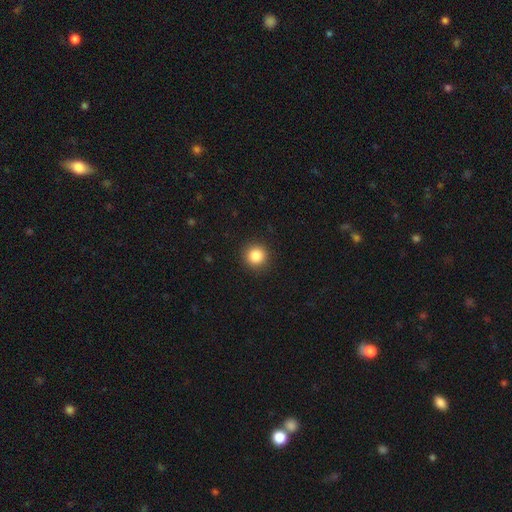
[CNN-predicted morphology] smooth_or_featured: smooth (p=0.85) [alt: star or artifact p=0.10]
how_rounded: round (p=0.94) [alt: in between p=0.05]
merging: none (p=0.92) [alt: minor disturbance p=0.05]